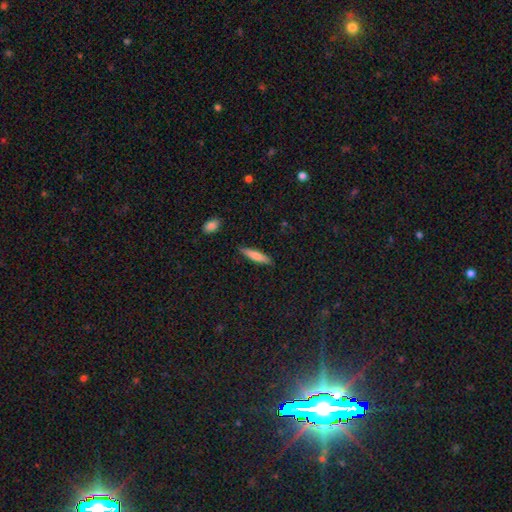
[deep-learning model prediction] smooth 73%, featured or disk 20%, star or artifact 6%. Down the decision tree: how rounded — cigar-shaped (84%); merging — none (87%).